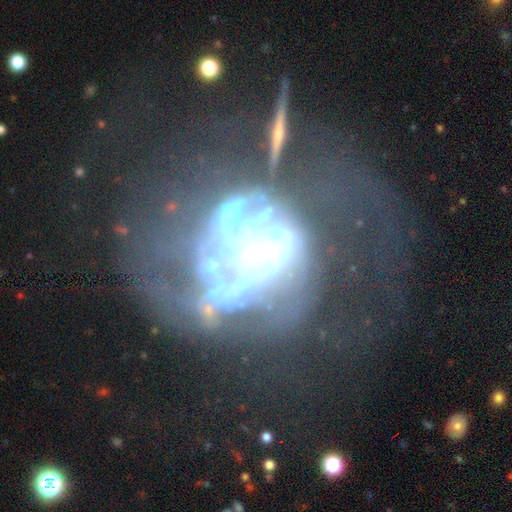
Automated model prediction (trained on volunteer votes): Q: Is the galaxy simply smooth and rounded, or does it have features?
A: featured or disk — 69%.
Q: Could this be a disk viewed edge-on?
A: no — 96%.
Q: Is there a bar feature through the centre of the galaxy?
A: no — 70%.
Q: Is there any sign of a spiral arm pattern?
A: no — 62%.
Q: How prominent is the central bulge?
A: moderate — 29%.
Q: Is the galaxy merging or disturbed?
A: major disturbance — 47%.